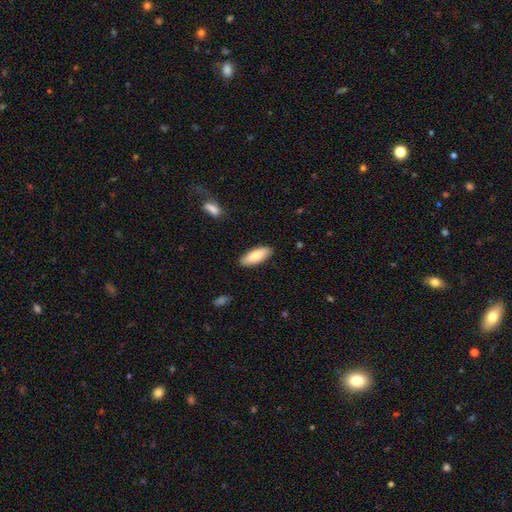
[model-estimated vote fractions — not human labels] Smooth or featured: smooth — 86% (featured or disk — 9%)
How rounded: in between — 73% (cigar-shaped — 25%)
Merging: none — 88% (minor disturbance — 9%)